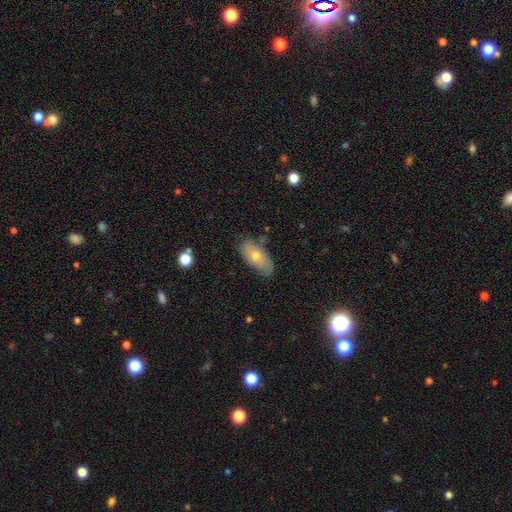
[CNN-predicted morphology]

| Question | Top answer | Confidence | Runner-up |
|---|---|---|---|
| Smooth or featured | smooth | 66% | featured or disk (26%) |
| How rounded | in between | 89% | cigar-shaped (8%) |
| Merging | none | 72% | minor disturbance (21%) |